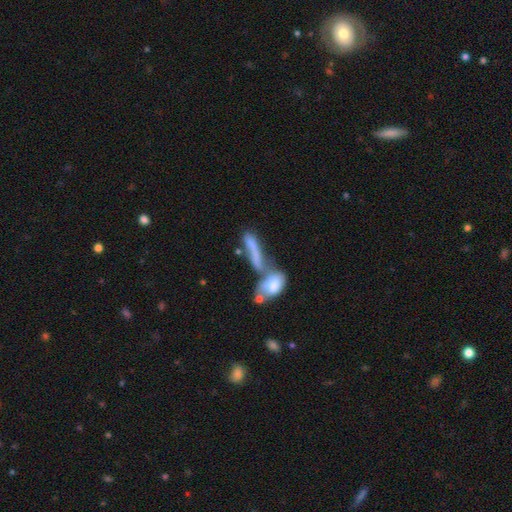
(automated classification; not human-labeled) A smooth galaxy with no disk features (62%) that is cigar-shaped (54%). Merging: merger (56%).